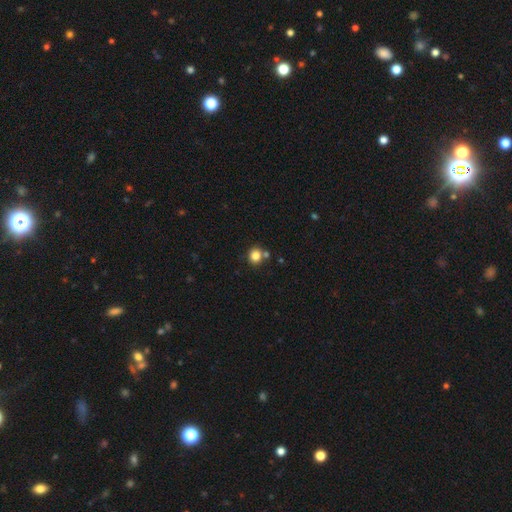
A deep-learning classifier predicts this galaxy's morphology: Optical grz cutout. It shows a smooth galaxy with no disk features (83%) that is round (84%). Merging: none (72%).